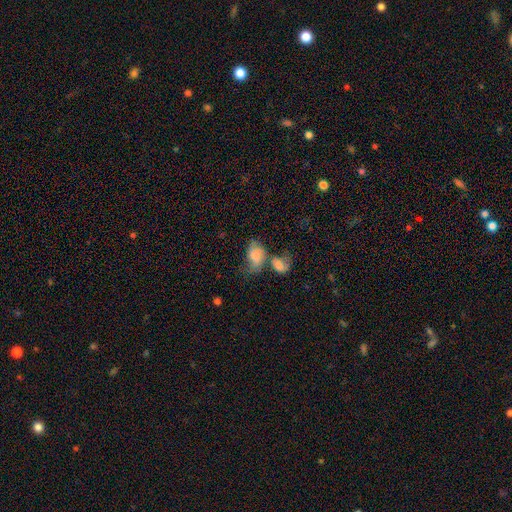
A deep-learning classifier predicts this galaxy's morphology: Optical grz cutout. It shows a smooth galaxy with no disk features (59%) that is in between round and cigar-shaped (81%). Merging: merger (47%).